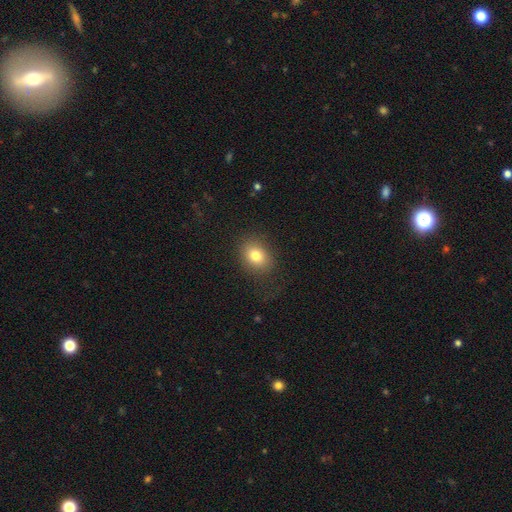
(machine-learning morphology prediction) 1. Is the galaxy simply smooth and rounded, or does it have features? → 79% smooth, 11% star or artifact, 10% featured or disk.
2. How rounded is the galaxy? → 59% in between, 40% round, 1% cigar-shaped.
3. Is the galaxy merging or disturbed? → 81% none, 12% minor disturbance, 6% major disturbance, 1% merger.